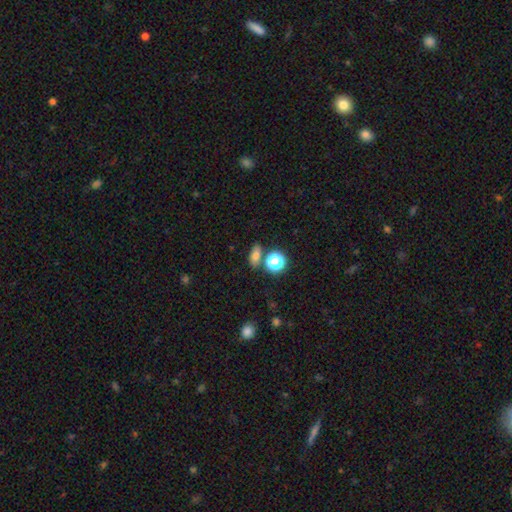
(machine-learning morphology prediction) Smooth or featured: smooth — 70% (star or artifact — 19%)
How rounded: in between — 64% (round — 25%)
Merging: none — 75% (merger — 11%)